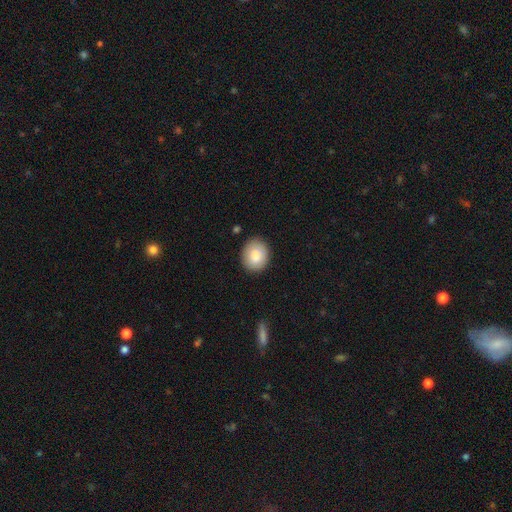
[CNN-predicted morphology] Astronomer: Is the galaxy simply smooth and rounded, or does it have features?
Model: smooth — 85%.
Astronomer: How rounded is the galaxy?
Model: round — 70%.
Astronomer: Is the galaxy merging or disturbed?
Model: none — 87%.